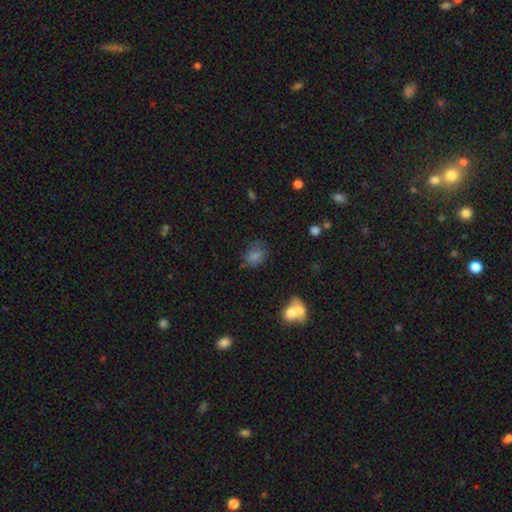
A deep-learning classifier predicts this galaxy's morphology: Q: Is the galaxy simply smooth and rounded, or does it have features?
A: smooth — 72%.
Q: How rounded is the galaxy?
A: round — 51%.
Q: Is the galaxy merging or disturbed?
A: none — 67%.